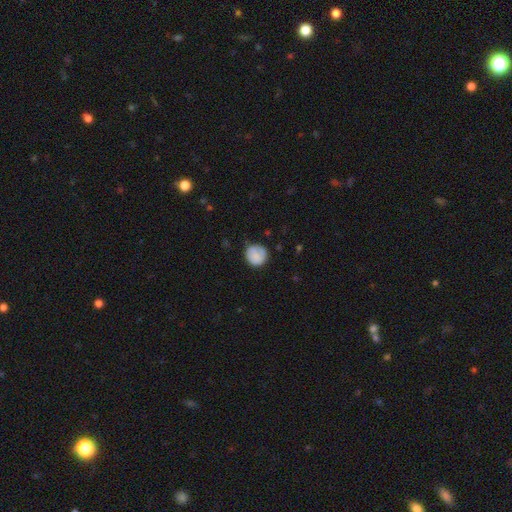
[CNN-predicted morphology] Smooth or featured: smooth — 80% (featured or disk — 13%)
How rounded: round — 89% (in between — 10%)
Merging: none — 71% (minor disturbance — 22%)